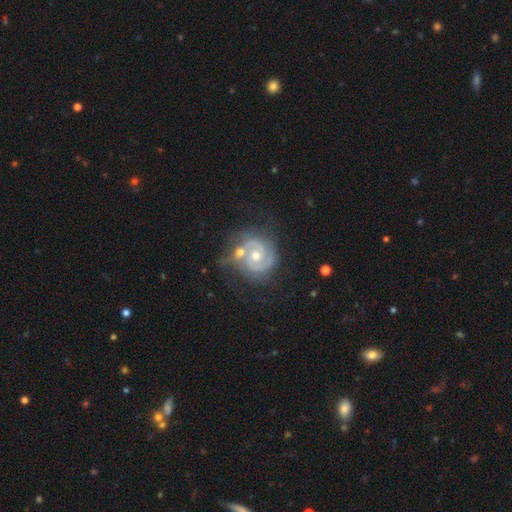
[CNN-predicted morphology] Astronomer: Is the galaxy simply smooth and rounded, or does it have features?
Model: featured or disk — 88%.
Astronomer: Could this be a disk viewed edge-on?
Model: no — 98%.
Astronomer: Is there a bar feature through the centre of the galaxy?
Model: no — 67%.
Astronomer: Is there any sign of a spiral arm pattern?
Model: yes — 96%.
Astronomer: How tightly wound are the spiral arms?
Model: tight — 60%.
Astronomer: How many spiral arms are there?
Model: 2 — 79%.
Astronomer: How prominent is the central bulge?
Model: moderate — 68%.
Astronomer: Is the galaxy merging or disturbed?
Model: none — 53%.